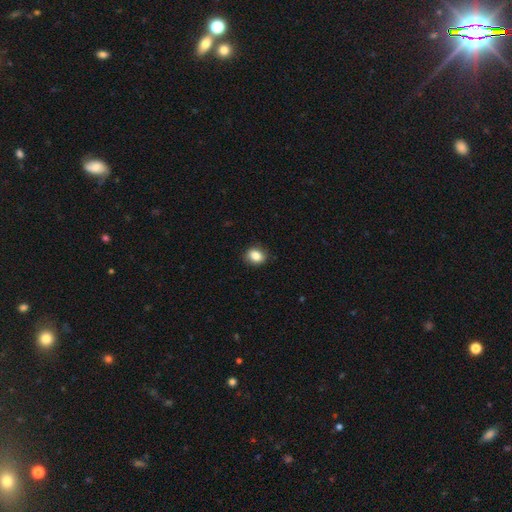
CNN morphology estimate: smooth_or_featured: smooth (p=0.84) [alt: star or artifact p=0.09]
how_rounded: round (p=0.51) [alt: in between p=0.48]
merging: none (p=0.86) [alt: minor disturbance p=0.11]